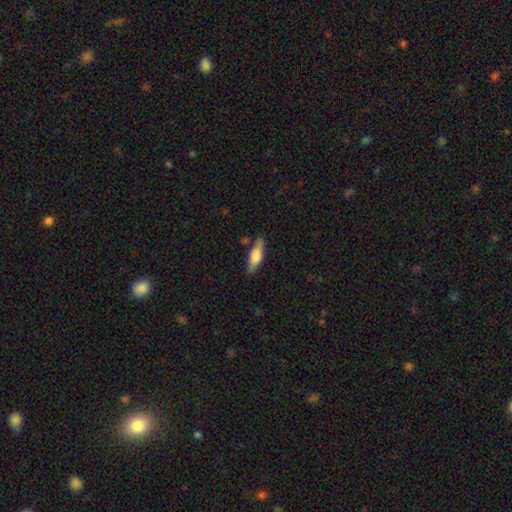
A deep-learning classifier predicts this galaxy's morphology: A smooth galaxy with no disk features (67%) that is in between round and cigar-shaped (53%). Merging: none (72%).